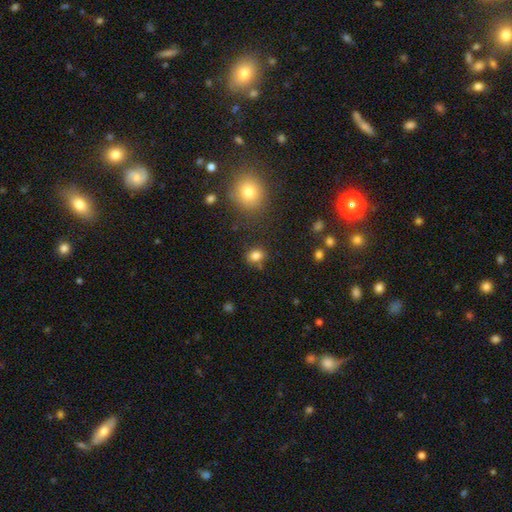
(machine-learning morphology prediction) Smooth or featured? smooth (82%)
How rounded? in between (54%)
Merging? none (74%)